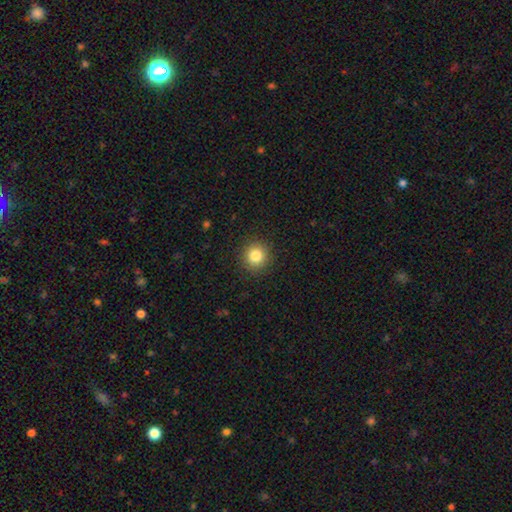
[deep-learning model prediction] smooth-or-featured: smooth: 82% | star or artifact: 11% | featured or disk: 6%
  how-rounded: round: 92% | in between: 7% | cigar-shaped: 1%
  merging: none: 91% | minor disturbance: 6% | major disturbance: 2% | merger: 1%